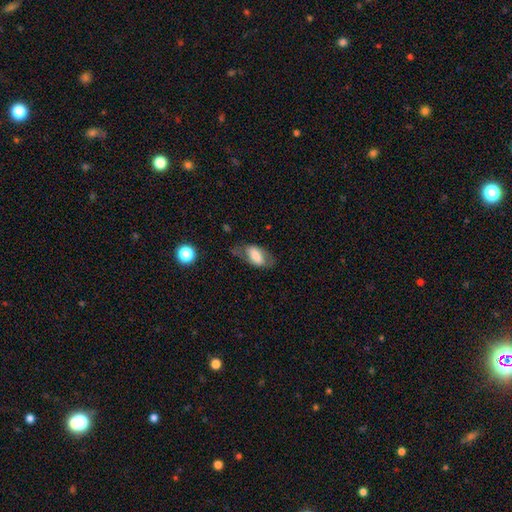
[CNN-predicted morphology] A smooth galaxy with no disk features (62%) that is in between round and cigar-shaped (90%). Merging: none (54%).